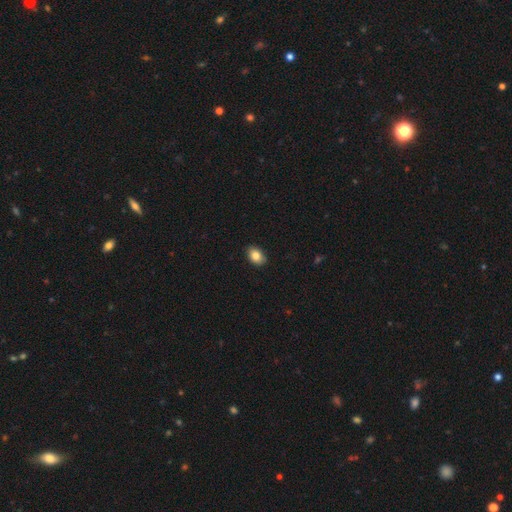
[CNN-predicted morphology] Q: Smooth or featured?
A: smooth (84%); runner-up: star or artifact (8%)
Q: How rounded?
A: in between (81%); runner-up: round (18%)
Q: Merging?
A: none (88%); runner-up: minor disturbance (9%)